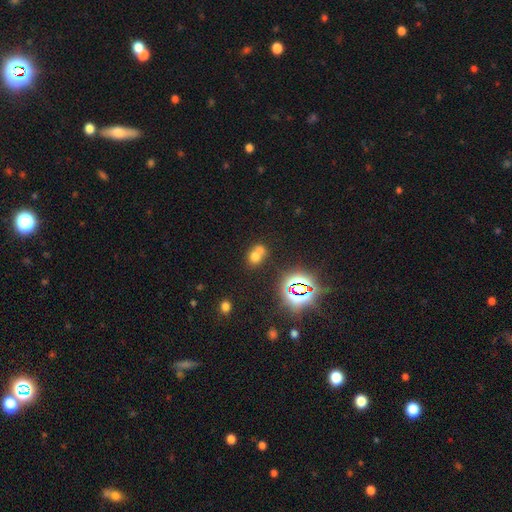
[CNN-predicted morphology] A smooth galaxy with no disk features (61%) that is round (63%).

Vote fractions:
- Smooth or featured? smooth: 61% / star or artifact: 23% / featured or disk: 15%
- How rounded? round: 63% / in between: 36% / cigar-shaped: 1%
- Merging? merger: 57% / none: 32% / minor disturbance: 7% / major disturbance: 4%